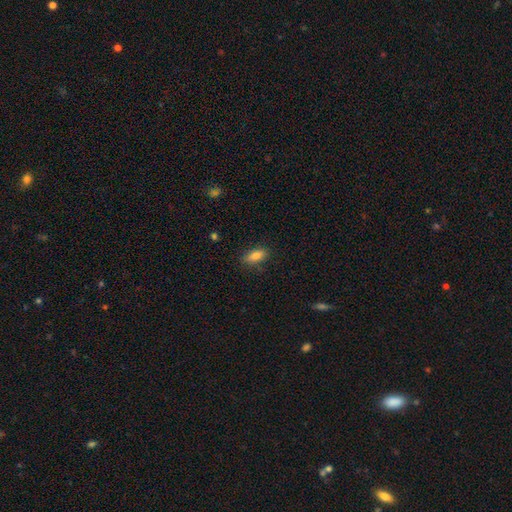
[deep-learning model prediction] A smooth galaxy with no disk features (80%) that is in between round and cigar-shaped (77%).

Vote fractions:
- Smooth or featured? smooth: 80% / featured or disk: 12% / star or artifact: 8%
- How rounded? in between: 77% / cigar-shaped: 19% / round: 4%
- Merging? none: 85% / minor disturbance: 11% / major disturbance: 2% / merger: 1%